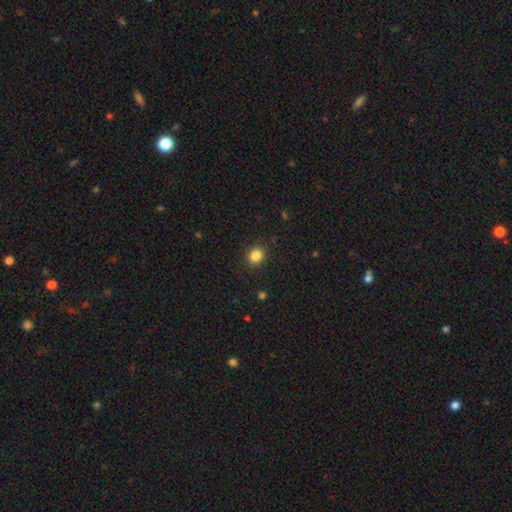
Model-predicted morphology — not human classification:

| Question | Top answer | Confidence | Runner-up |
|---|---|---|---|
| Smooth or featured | smooth | 84% | star or artifact (11%) |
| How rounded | round | 74% | in between (25%) |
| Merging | none | 89% | minor disturbance (7%) |